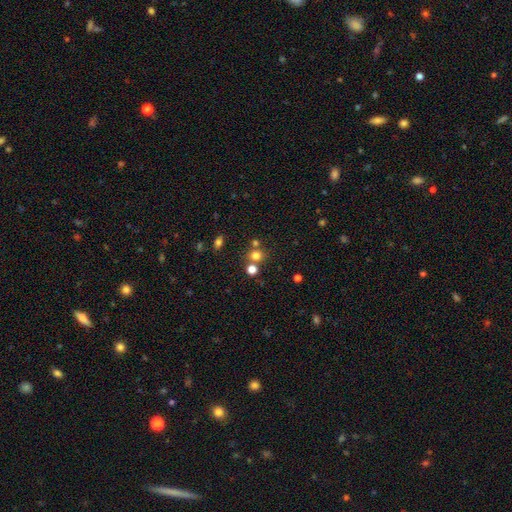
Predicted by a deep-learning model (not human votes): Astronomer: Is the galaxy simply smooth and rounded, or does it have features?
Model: smooth — 73%.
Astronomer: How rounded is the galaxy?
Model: round — 82%.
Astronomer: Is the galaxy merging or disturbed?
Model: none — 64%.